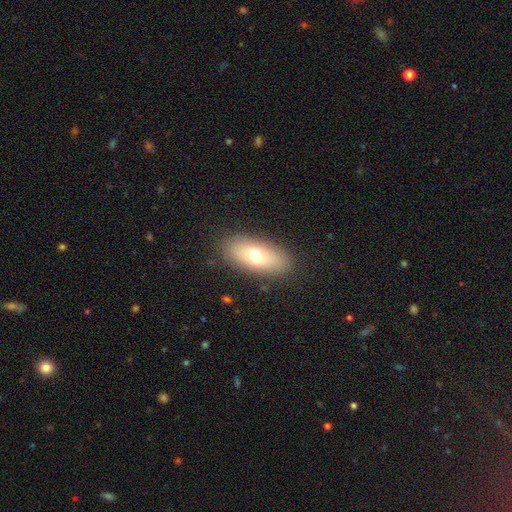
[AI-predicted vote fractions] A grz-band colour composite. It shows a smooth galaxy with no disk features (69%) that is in between round and cigar-shaped (82%). Merging: none (86%).